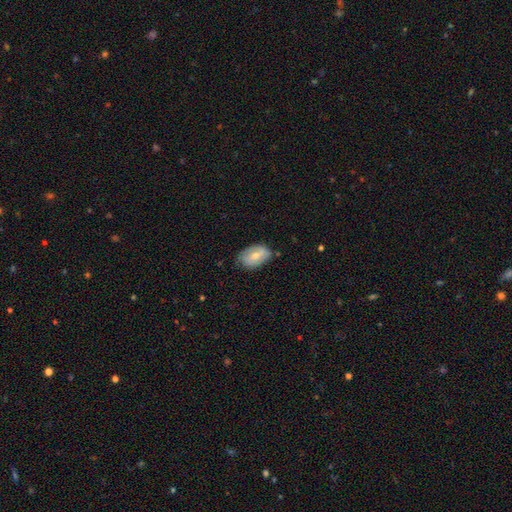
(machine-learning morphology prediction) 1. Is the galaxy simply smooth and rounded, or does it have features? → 54% smooth, 40% featured or disk, 7% star or artifact.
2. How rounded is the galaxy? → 90% in between, 9% round, 2% cigar-shaped.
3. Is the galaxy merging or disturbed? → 66% none, 27% minor disturbance, 5% major disturbance, 2% merger.